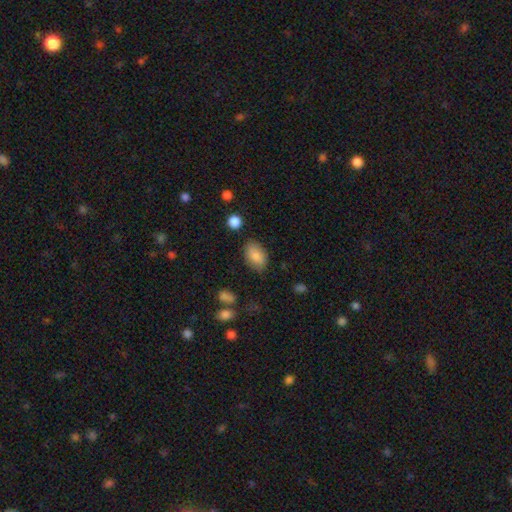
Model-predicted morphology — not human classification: Q: Smooth or featured?
A: smooth (85%); runner-up: featured or disk (8%)
Q: How rounded?
A: in between (90%); runner-up: round (9%)
Q: Merging?
A: none (79%); runner-up: minor disturbance (15%)